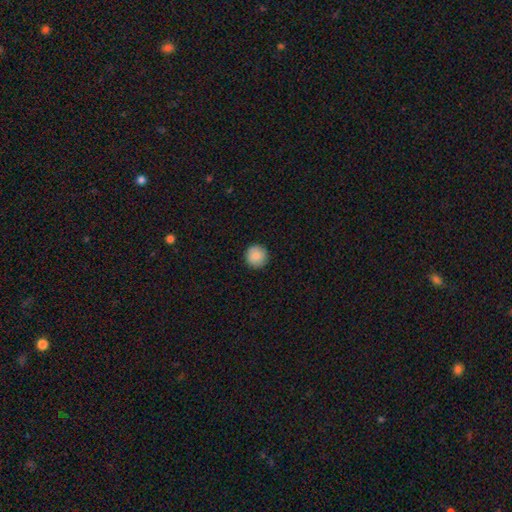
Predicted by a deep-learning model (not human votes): This appears to be a smooth galaxy with no disk features (89%) that is round (96%). Merging: none (92%).